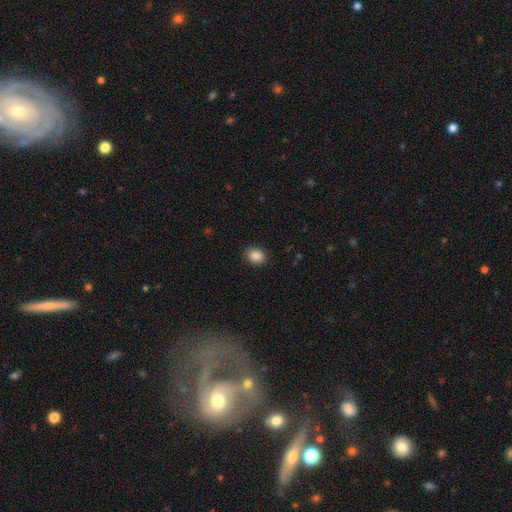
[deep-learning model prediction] The model was most divided on "how rounded": in between: 58%, round: 41%, cigar-shaped: 1%. More confident: merging — none (88%); smooth or featured — smooth (87%).